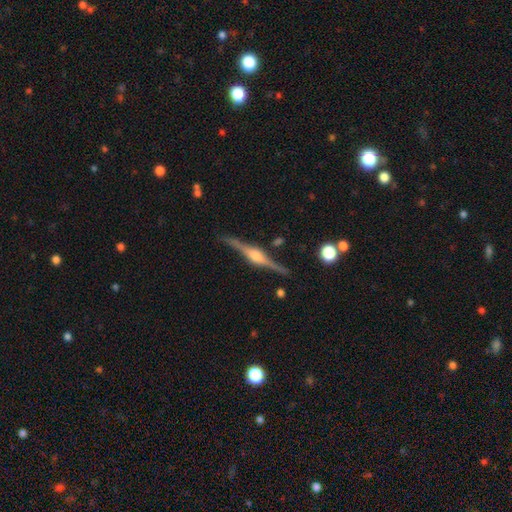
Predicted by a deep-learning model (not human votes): Q: Smooth or featured?
A: featured or disk (89%); runner-up: smooth (7%)
Q: Edge-on disk?
A: yes (98%); runner-up: no (2%)
Q: Edge-on bulge?
A: rounded (89%); runner-up: boxy (9%)
Q: Merging?
A: none (89%); runner-up: minor disturbance (8%)